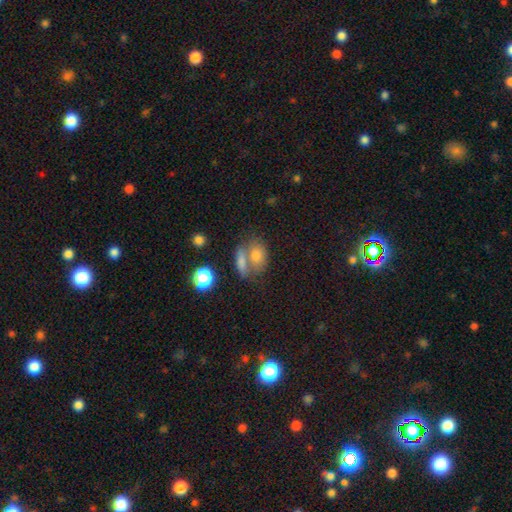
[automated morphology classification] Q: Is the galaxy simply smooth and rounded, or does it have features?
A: smooth — 74%.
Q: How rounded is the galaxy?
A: in between — 72%.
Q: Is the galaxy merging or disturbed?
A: merger — 48%.